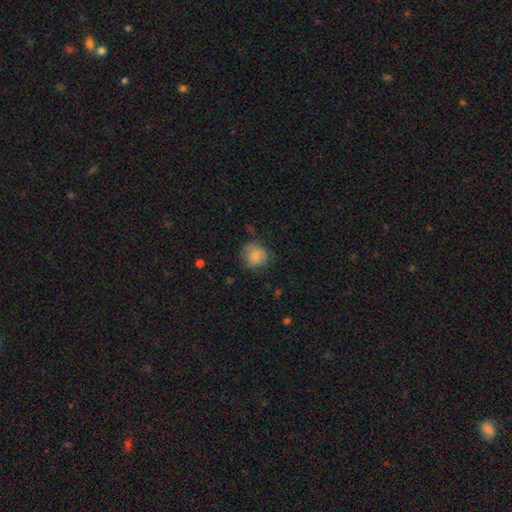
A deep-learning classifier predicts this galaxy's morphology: Smooth or featured? smooth (76%)
How rounded? round (81%)
Merging? none (64%)